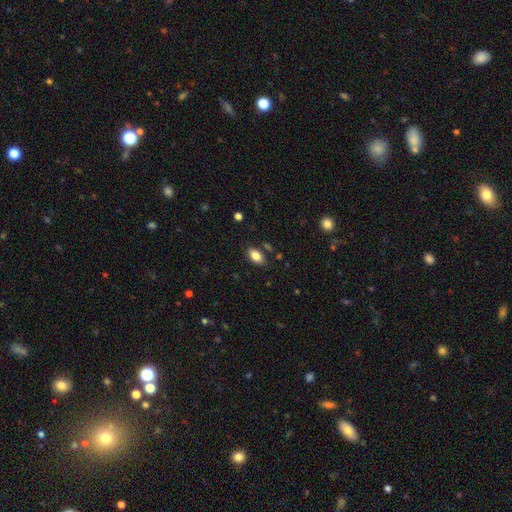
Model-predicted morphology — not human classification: A smooth galaxy with no disk features (85%) that is in between round and cigar-shaped (90%).

Vote fractions:
- Smooth or featured? smooth: 85% / star or artifact: 9% / featured or disk: 6%
- How rounded? in between: 90% / round: 8% / cigar-shaped: 2%
- Merging? none: 83% / minor disturbance: 12% / major disturbance: 3% / merger: 3%